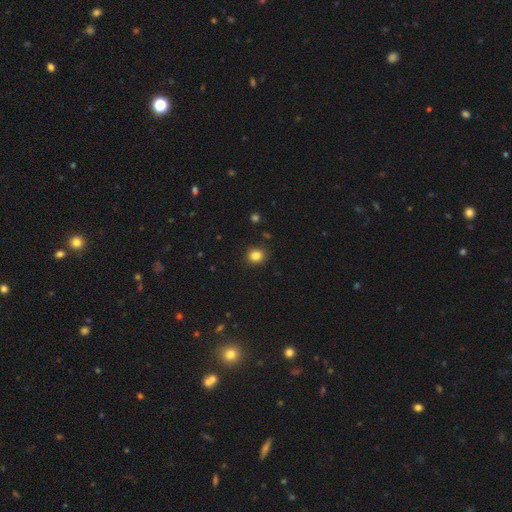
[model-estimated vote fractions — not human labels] A smooth galaxy with no disk features (84%) that is round (76%). Merging: none (89%).